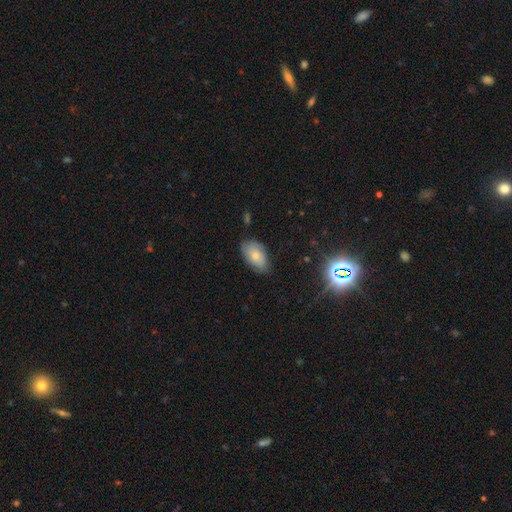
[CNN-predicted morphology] Overall: smooth (72%). How rounded: in between (92%). Merging: none (72%).